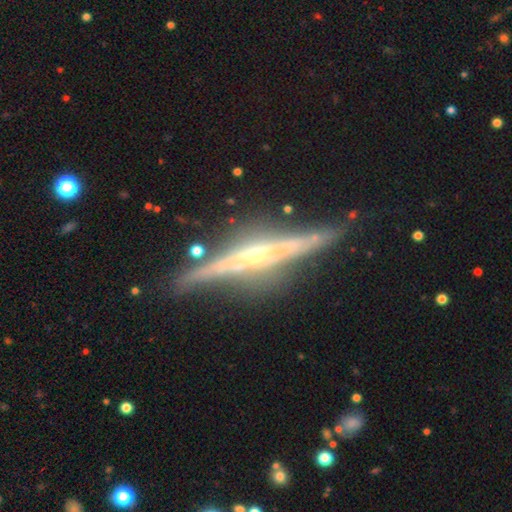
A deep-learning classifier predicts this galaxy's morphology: Smooth or featured? featured or disk (86%)
Edge-on disk? yes (97%)
Edge-on bulge? rounded (57%)
Merging? none (83%)